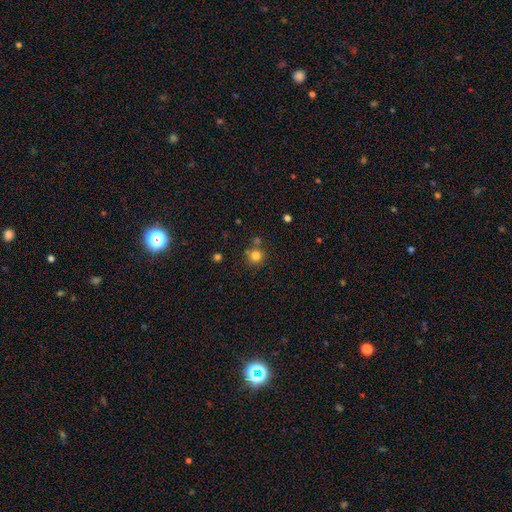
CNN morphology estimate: Overall: smooth (80%). How rounded: round (92%). Merging: none (72%).